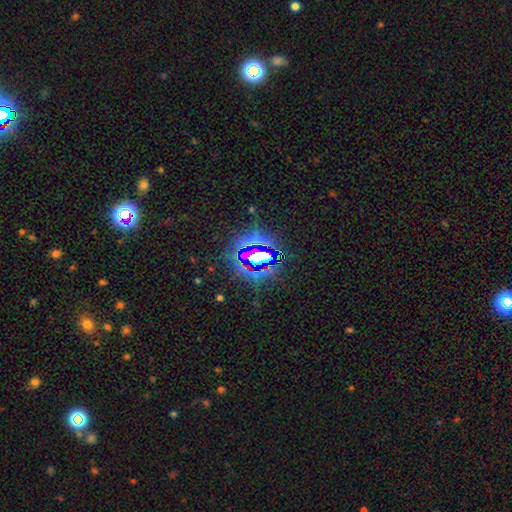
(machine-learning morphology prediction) The model was most divided on "smooth or featured": star or artifact: 80%, smooth: 11%, featured or disk: 9%.